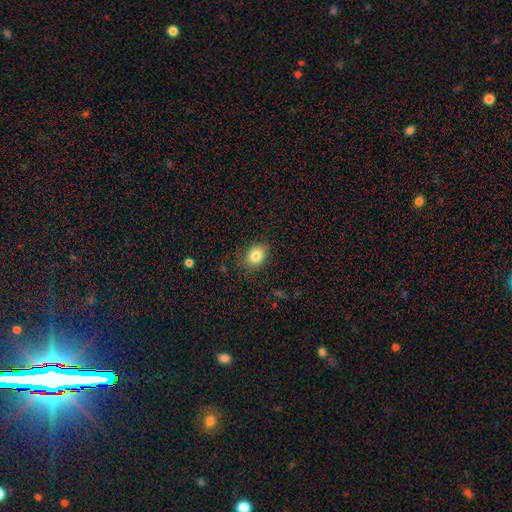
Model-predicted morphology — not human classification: smooth 83%, star or artifact 10%, featured or disk 7%. Down the decision tree: how rounded — in between (65%); merging — none (83%).